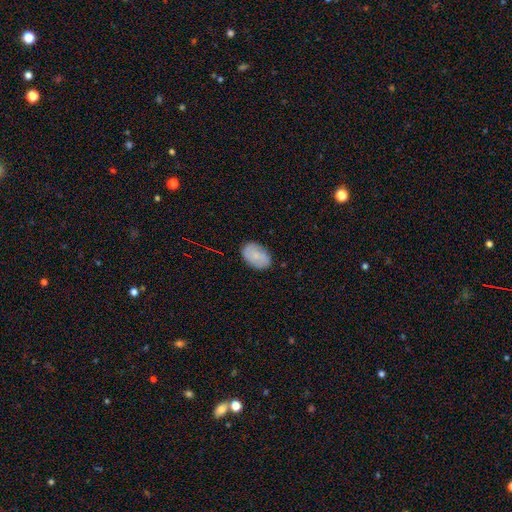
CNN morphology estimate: type=smooth (76%); roundness=in between (89%); merging=none (83%).